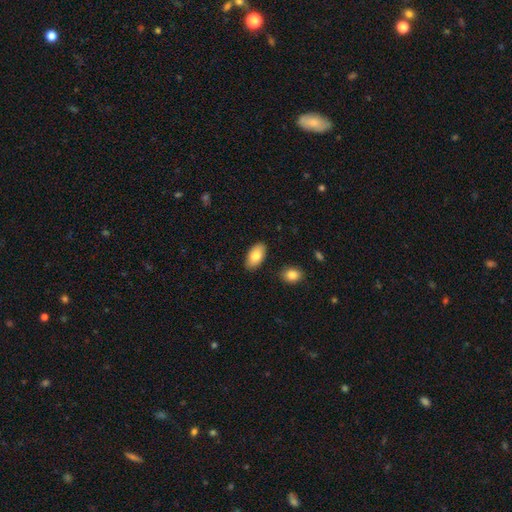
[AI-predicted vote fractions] smooth 81%, featured or disk 13%, star or artifact 6%. Down the decision tree: how rounded — in between (95%); merging — none (87%).